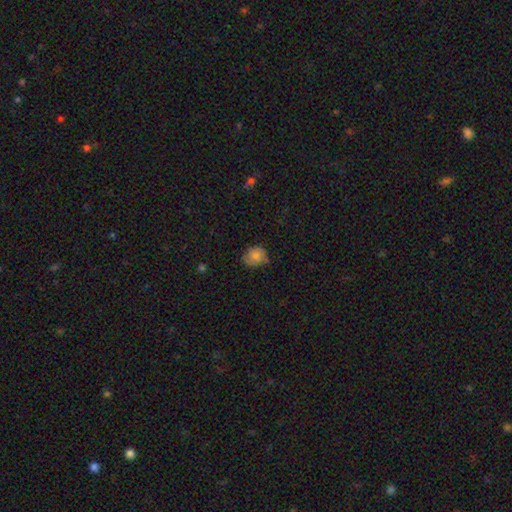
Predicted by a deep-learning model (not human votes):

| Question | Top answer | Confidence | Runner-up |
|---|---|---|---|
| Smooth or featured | smooth | 79% | featured or disk (12%) |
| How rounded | round | 69% | in between (30%) |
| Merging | none | 63% | minor disturbance (31%) |